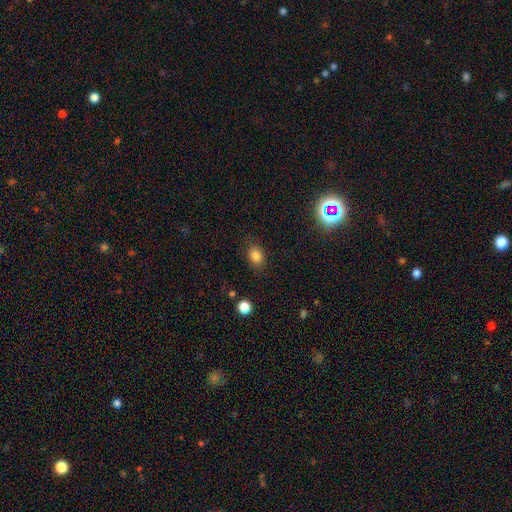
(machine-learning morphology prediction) This appears to be a smooth galaxy with no disk features (82%) that is in between round and cigar-shaped (65%). Merging: none (81%).